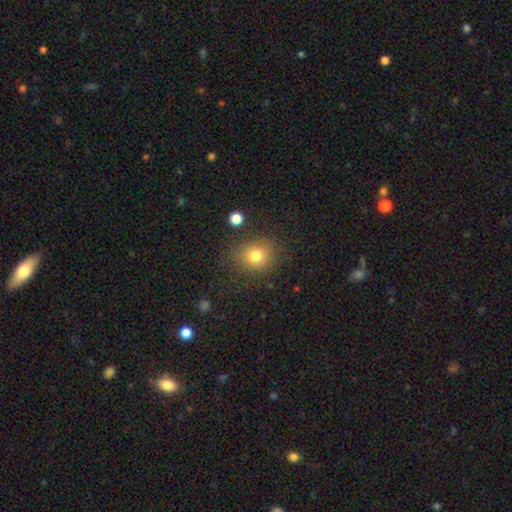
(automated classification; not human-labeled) The model was most divided on "how rounded": round: 78%, in between: 21%, cigar-shaped: 1%. More confident: merging — none (83%); smooth or featured — smooth (77%).